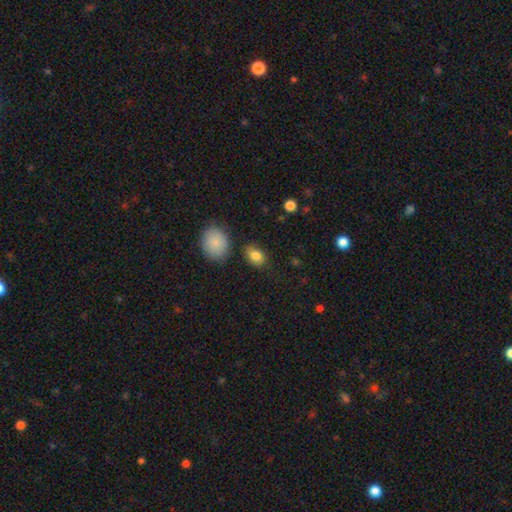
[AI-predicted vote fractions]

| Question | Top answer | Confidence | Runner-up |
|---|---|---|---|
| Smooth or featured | smooth | 85% | star or artifact (9%) |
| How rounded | in between | 77% | round (22%) |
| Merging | none | 76% | minor disturbance (15%) |